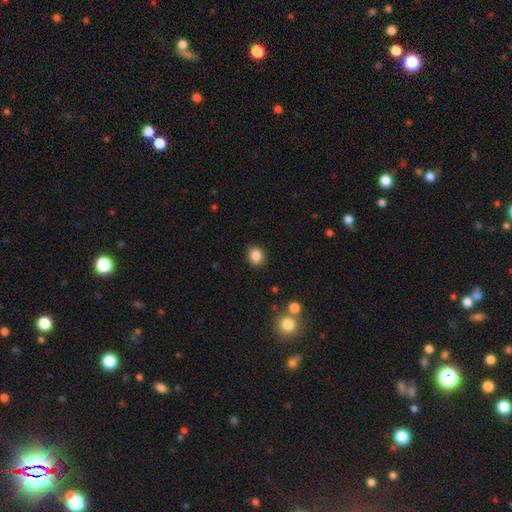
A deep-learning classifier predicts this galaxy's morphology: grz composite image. It shows a smooth galaxy with no disk features (85%) that is round (72%). Merging: none (89%).